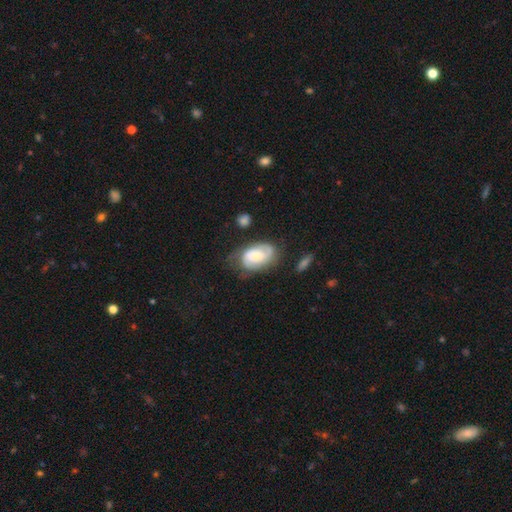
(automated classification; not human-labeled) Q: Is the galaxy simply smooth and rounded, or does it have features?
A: featured or disk — 62%.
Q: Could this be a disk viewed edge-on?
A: no — 96%.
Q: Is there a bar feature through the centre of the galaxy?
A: no — 66%.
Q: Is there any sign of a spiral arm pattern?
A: yes — 88%.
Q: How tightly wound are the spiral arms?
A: tight — 49%.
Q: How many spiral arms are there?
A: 2 — 58%.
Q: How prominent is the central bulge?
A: small — 49%.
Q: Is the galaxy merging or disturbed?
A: none — 56%.